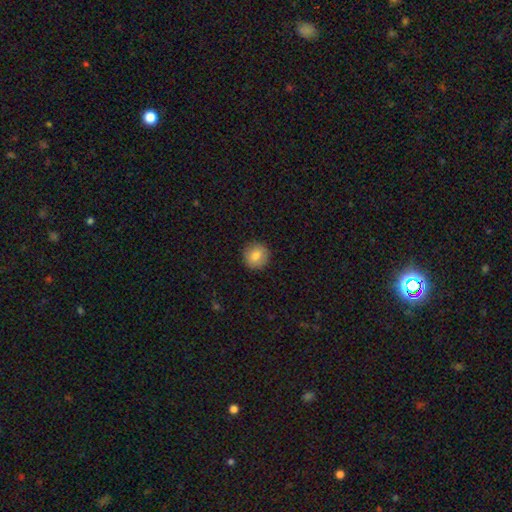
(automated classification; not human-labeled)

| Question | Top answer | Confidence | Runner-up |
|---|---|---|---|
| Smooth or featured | smooth | 82% | featured or disk (9%) |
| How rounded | round | 92% | in between (7%) |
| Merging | none | 90% | minor disturbance (7%) |